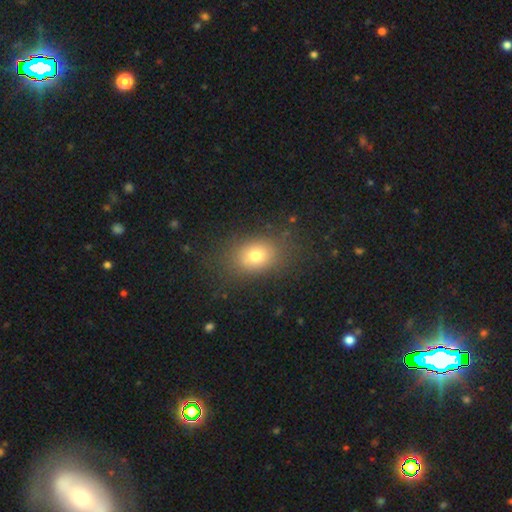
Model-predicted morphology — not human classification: Q: Smooth or featured?
A: smooth (75%); runner-up: star or artifact (13%)
Q: How rounded?
A: in between (66%); runner-up: round (33%)
Q: Merging?
A: none (80%); runner-up: minor disturbance (13%)